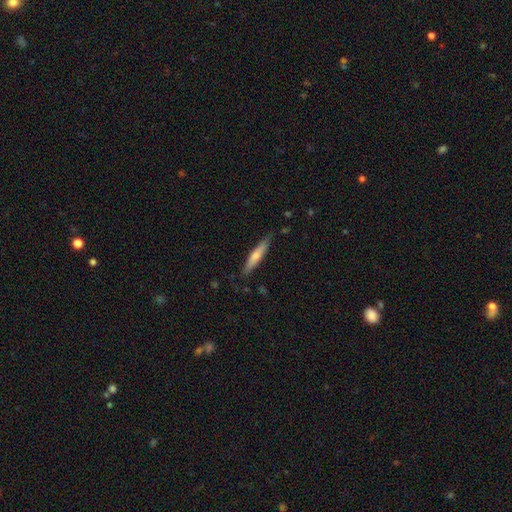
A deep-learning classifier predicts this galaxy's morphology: Overall: smooth (64%; featured or disk 30%). How rounded: cigar-shaped (89%). Merging: none (82%).